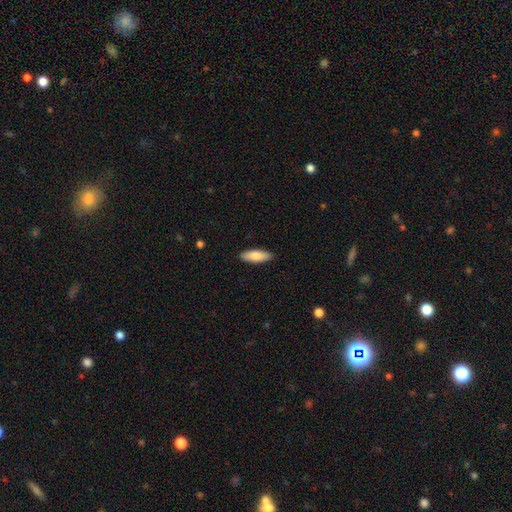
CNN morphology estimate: Smooth or featured? smooth (82%)
How rounded? in between (59%)
Merging? none (90%)